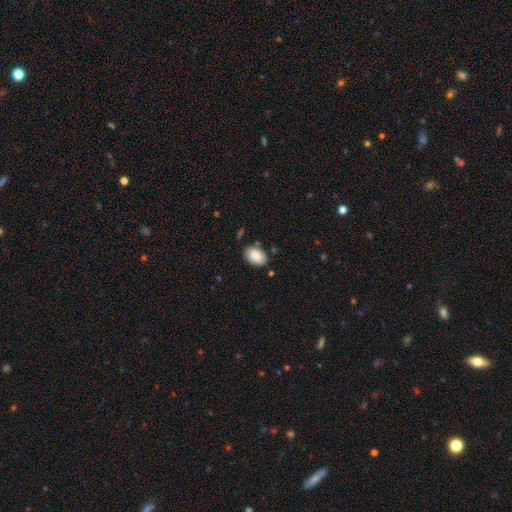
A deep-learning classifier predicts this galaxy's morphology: Smooth or featured? smooth (89%)
How rounded? in between (89%)
Merging? none (82%)